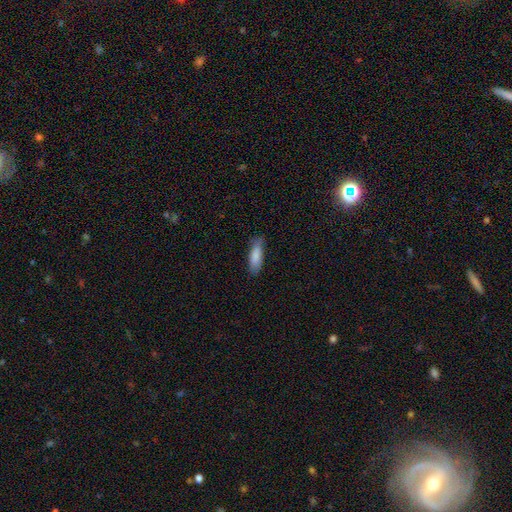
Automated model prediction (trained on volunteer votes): Q: Smooth or featured?
A: smooth (85%); runner-up: featured or disk (10%)
Q: How rounded?
A: in between (50%); runner-up: cigar-shaped (48%)
Q: Merging?
A: none (75%); runner-up: minor disturbance (20%)